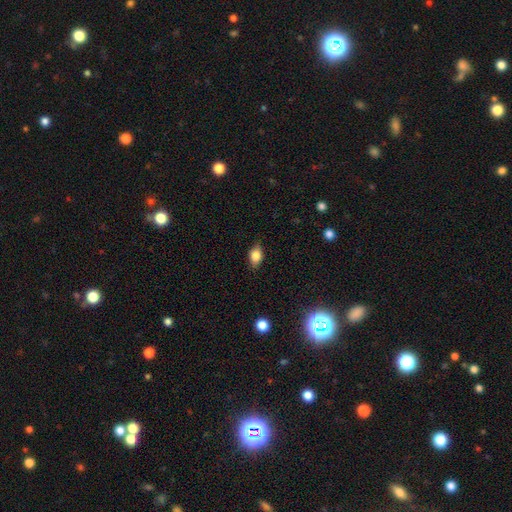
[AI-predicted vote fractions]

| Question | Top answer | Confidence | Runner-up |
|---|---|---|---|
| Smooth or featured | smooth | 81% | featured or disk (10%) |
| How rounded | in between | 80% | round (17%) |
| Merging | none | 82% | minor disturbance (14%) |